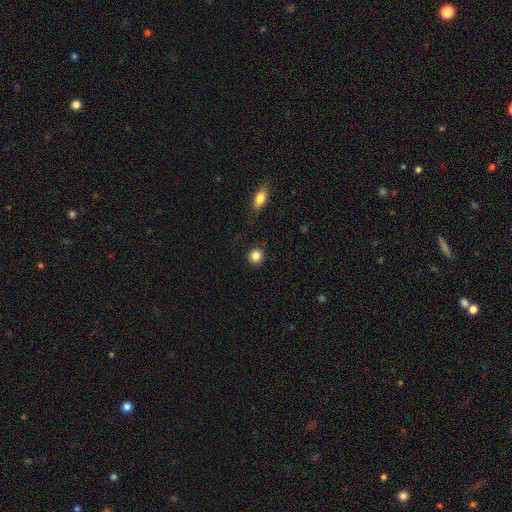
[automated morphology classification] Overall: smooth (85%). How rounded: round (91%). Merging: none (90%).